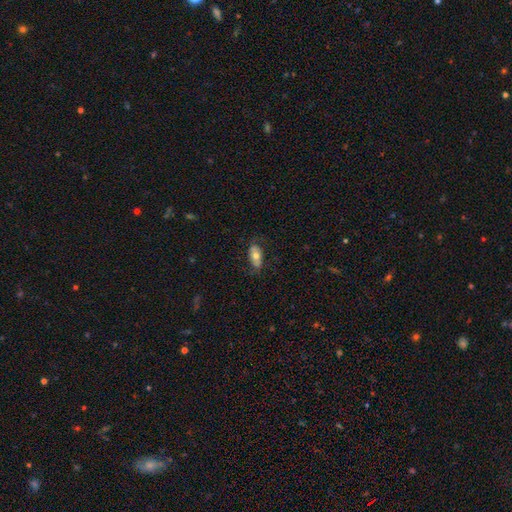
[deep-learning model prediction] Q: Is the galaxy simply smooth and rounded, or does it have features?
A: smooth — 62%.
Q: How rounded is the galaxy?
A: in between — 90%.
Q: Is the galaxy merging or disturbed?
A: none — 71%.